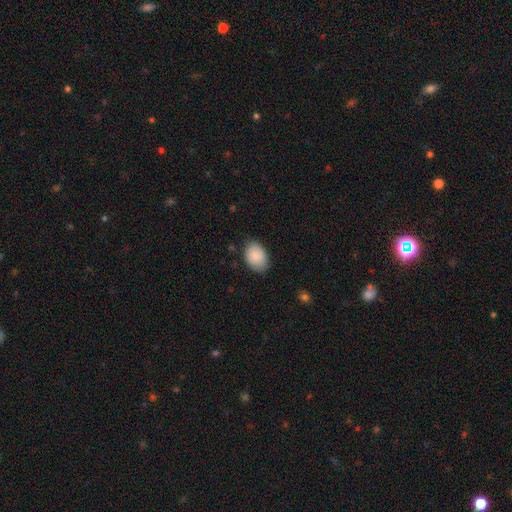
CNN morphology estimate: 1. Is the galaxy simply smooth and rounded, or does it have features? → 86% smooth, 7% featured or disk, 7% star or artifact.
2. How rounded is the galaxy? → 80% in between, 19% round, 1% cigar-shaped.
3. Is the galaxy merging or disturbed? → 78% none, 17% minor disturbance, 3% major disturbance, 1% merger.